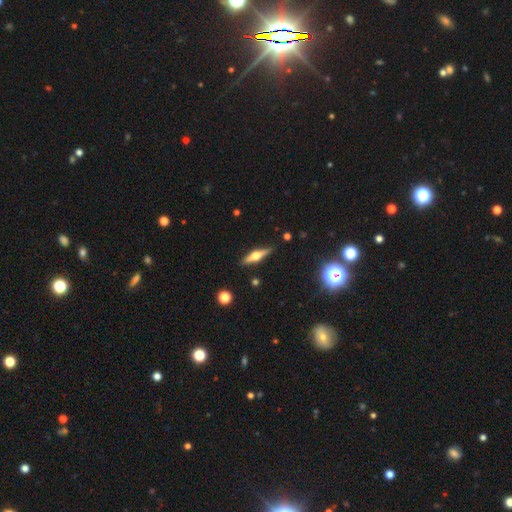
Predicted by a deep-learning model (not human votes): Overall: featured or disk (65%; smooth 28%). Edge-on disk: yes (96%). Edge-on bulge: rounded (95%). Merging: none (89%).